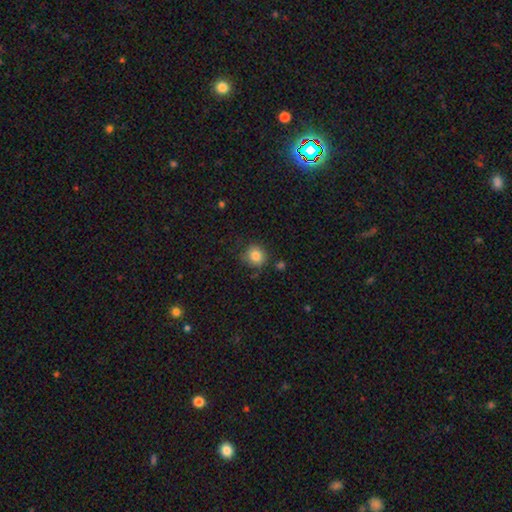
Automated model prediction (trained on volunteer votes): smooth-or-featured: smooth: 83% | star or artifact: 11% | featured or disk: 7%
  how-rounded: round: 88% | in between: 11% | cigar-shaped: 1%
  merging: none: 79% | minor disturbance: 15% | major disturbance: 3% | merger: 3%